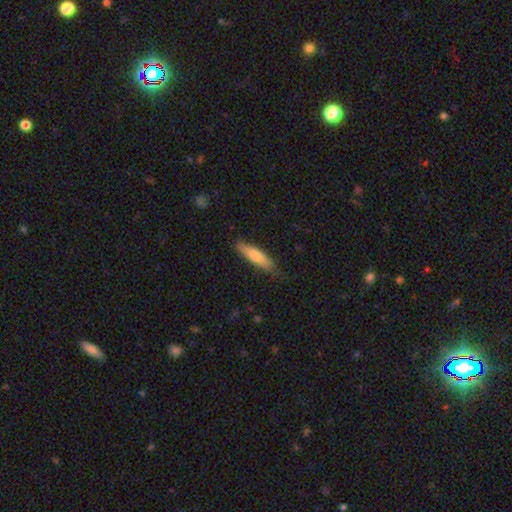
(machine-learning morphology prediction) This is likely a smooth galaxy (75%). How rounded: likely cigar-shaped (75%). Merging: likely none (79%).